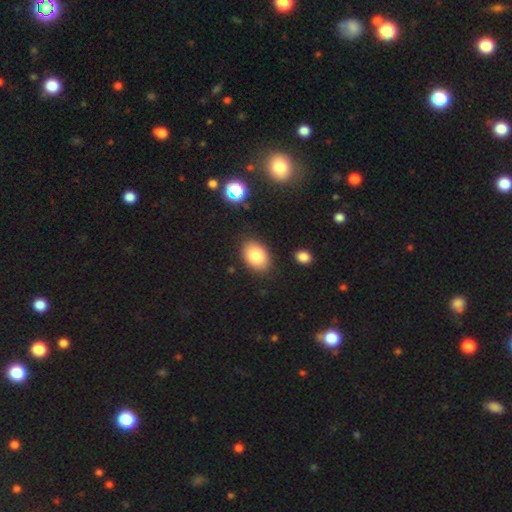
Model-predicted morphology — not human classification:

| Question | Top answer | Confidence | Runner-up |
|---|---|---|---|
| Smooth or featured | smooth | 84% | star or artifact (9%) |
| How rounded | in between | 81% | round (18%) |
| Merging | none | 85% | minor disturbance (10%) |